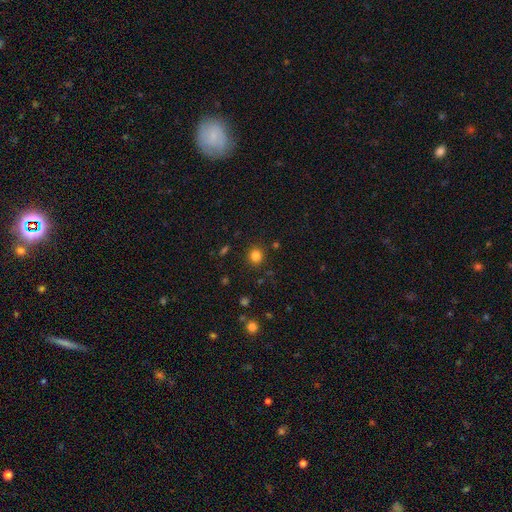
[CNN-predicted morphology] This is clearly a smooth galaxy (82%). How rounded: clearly round (88%). Merging: clearly none (89%).